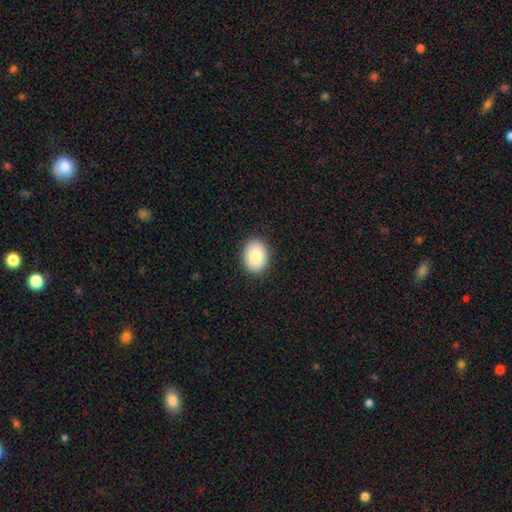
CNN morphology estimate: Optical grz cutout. It shows a smooth galaxy with no disk features (86%) that is in between round and cigar-shaped (69%). Merging: none (88%).